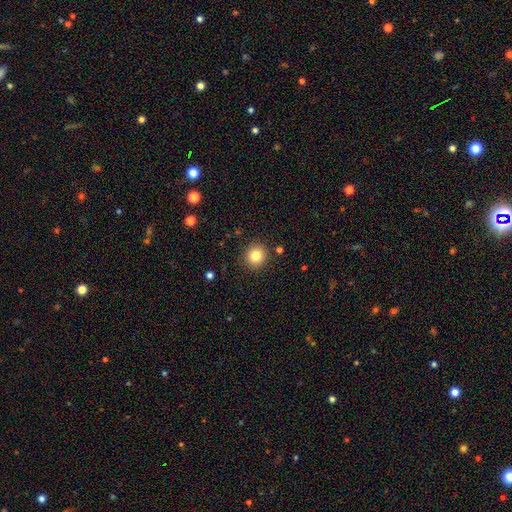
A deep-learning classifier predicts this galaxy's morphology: A smooth galaxy with no disk features (82%) that is round (91%). Merging: none (89%).